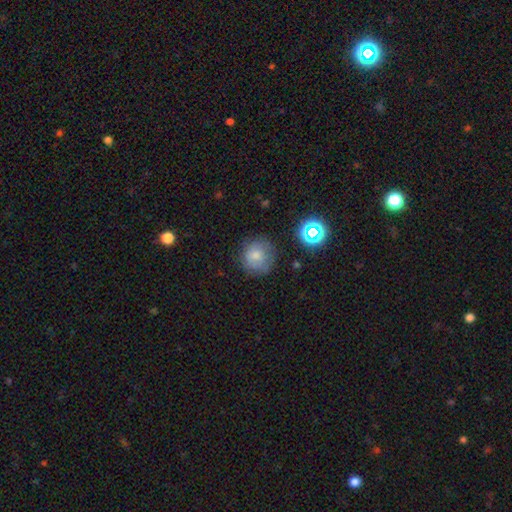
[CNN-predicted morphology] type=smooth (72%); roundness=round (91%); merging=none (72%).